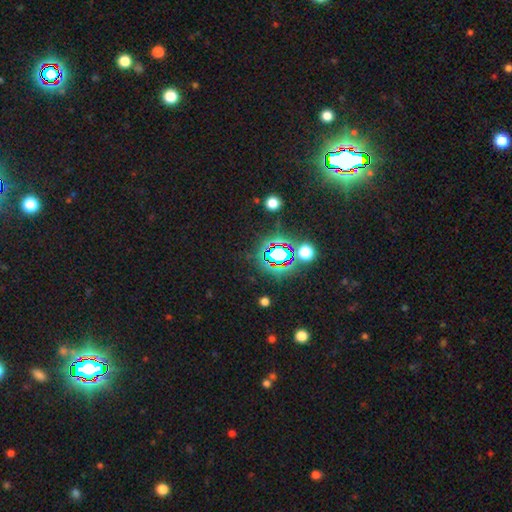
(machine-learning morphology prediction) This appears to be a star or artifact, not a galaxy (82%).